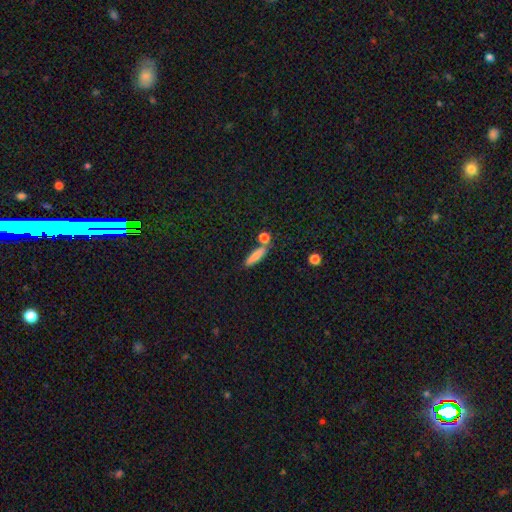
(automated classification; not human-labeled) A smooth galaxy with no disk features (81%) that is cigar-shaped (67%).

Vote fractions:
- Smooth or featured? smooth: 81% / featured or disk: 11% / star or artifact: 9%
- How rounded? cigar-shaped: 67% / in between: 27% / round: 6%
- Merging? none: 70% / merger: 15% / minor disturbance: 12% / major disturbance: 4%